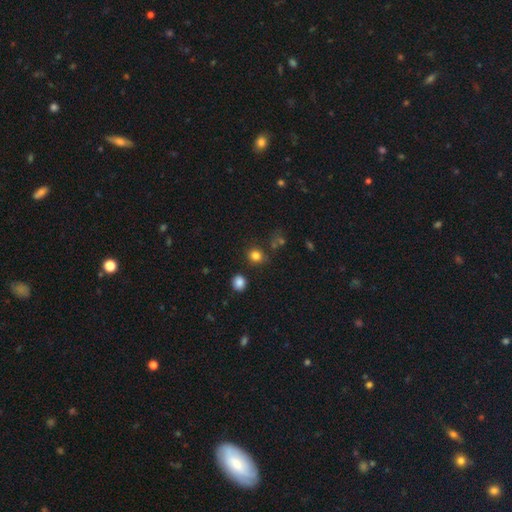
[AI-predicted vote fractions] smooth 81%, star or artifact 14%, featured or disk 5%. Down the decision tree: how rounded — round (81%); merging — none (80%).